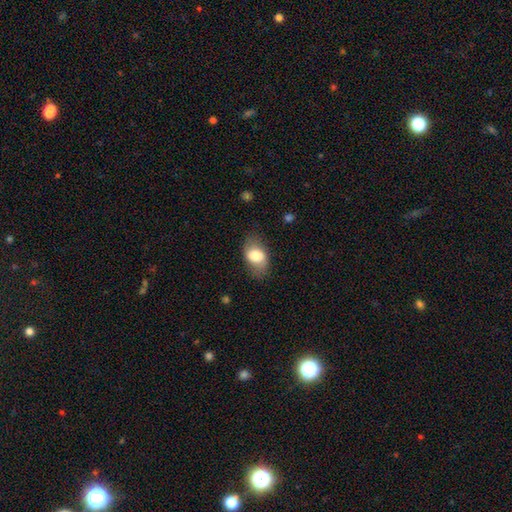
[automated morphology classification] type=smooth (74%); roundness=in between (86%); merging=none (74%).